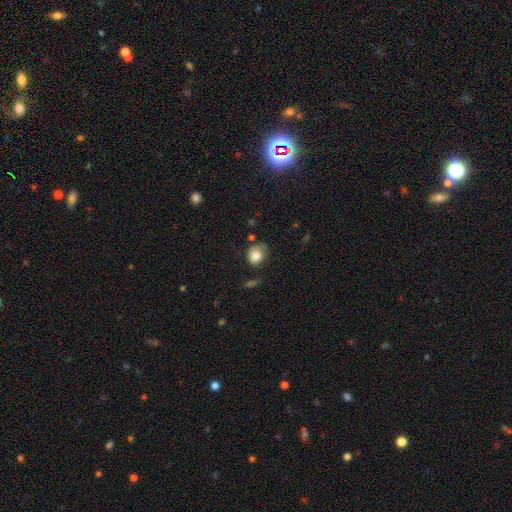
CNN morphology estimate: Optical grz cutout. It shows a smooth galaxy with no disk features (81%) that is round (61%). Merging: none (48%).